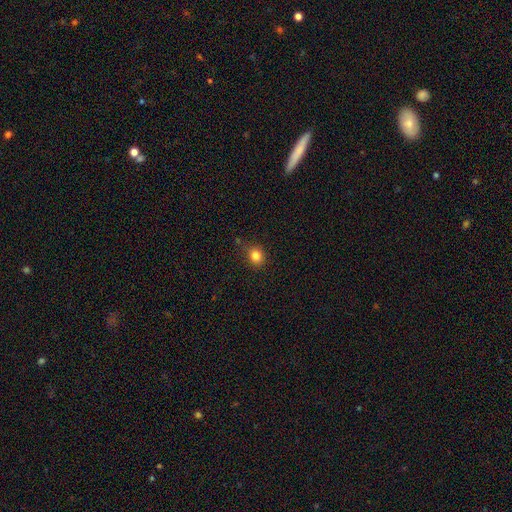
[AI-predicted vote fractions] A smooth galaxy with no disk features (83%) that is round (78%).

Vote fractions:
- Smooth or featured? smooth: 83% / star or artifact: 12% / featured or disk: 5%
- How rounded? round: 78% / in between: 21% / cigar-shaped: 1%
- Merging? none: 83% / minor disturbance: 12% / major disturbance: 3% / merger: 2%